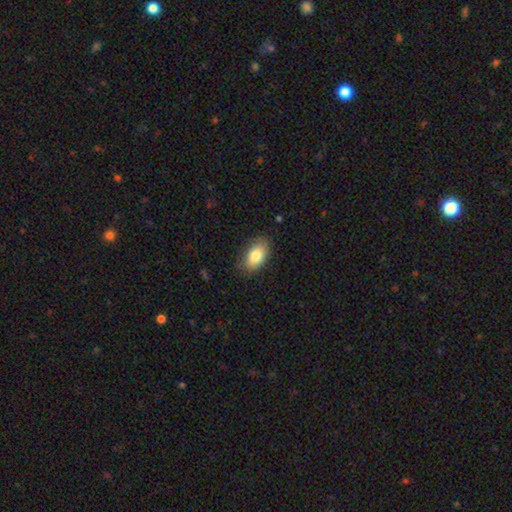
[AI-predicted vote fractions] smooth 82%, featured or disk 11%, star or artifact 7%. Down the decision tree: how rounded — in between (91%); merging — none (81%).